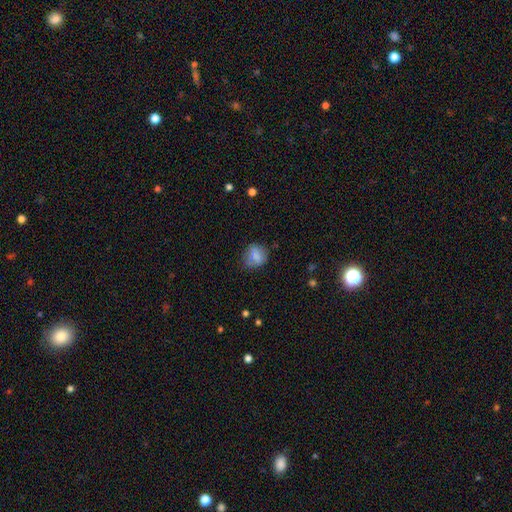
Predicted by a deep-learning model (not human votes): This is likely a smooth galaxy (73%). How rounded: possibly round (57%). Merging: likely none (61%).